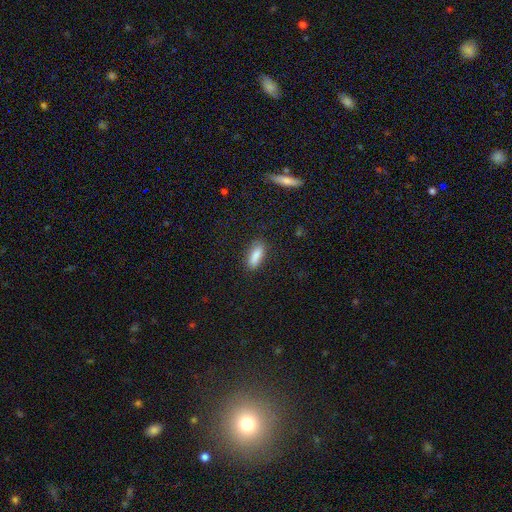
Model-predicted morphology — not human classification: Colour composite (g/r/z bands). It shows a smooth galaxy with no disk features (85%) that is in between round and cigar-shaped (70%). Merging: none (83%).